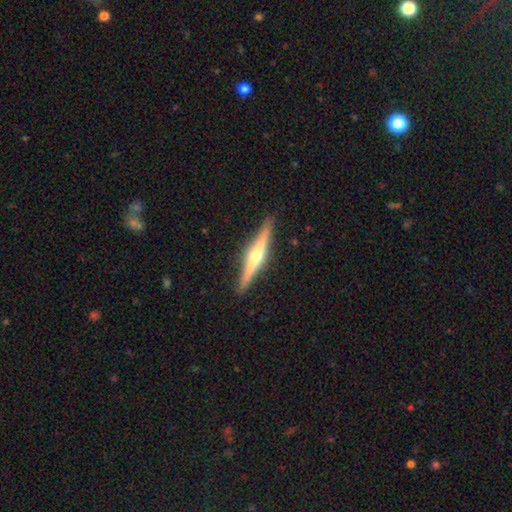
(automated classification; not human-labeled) Q: Smooth or featured?
A: featured or disk (77%); runner-up: smooth (18%)
Q: Edge-on disk?
A: yes (98%); runner-up: no (2%)
Q: Edge-on bulge?
A: rounded (93%); runner-up: none (4%)
Q: Merging?
A: none (91%); runner-up: minor disturbance (7%)